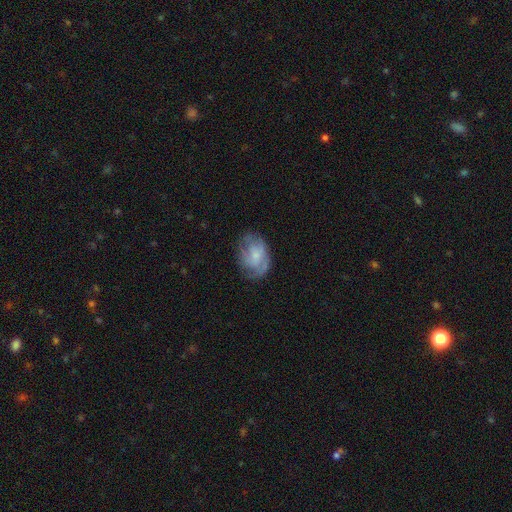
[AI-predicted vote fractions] Smooth or featured?
  - featured or disk: 47% *
  - smooth: 45%
  - star or artifact: 8%
Merging?
  - none: 60% *
  - minor disturbance: 25%
  - major disturbance: 14%
  - merger: 1%